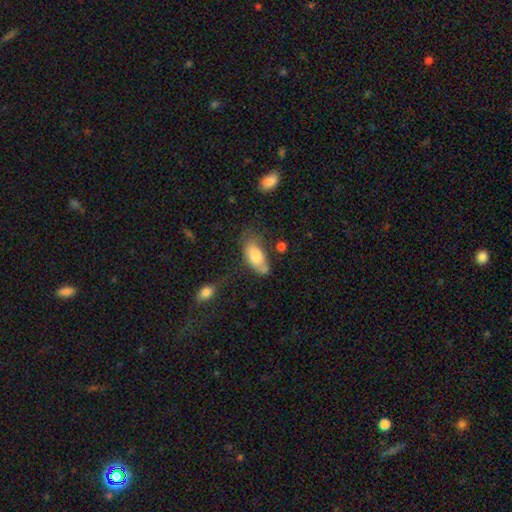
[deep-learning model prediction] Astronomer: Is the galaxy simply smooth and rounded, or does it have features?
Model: smooth — 77%.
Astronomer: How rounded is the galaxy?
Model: in between — 88%.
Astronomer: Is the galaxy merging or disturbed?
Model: none — 42% (runner-up: minor disturbance, 32%).